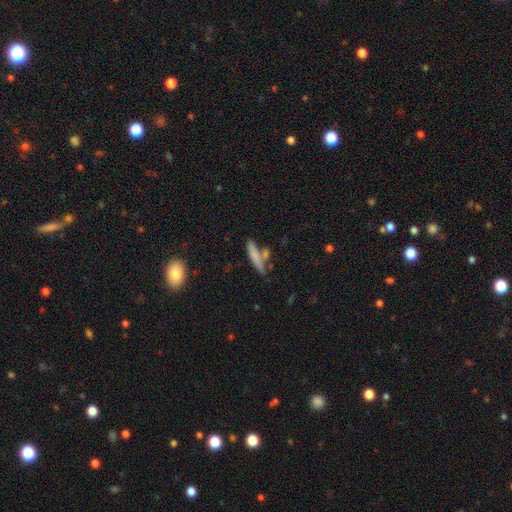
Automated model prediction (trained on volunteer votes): Smooth or featured? smooth (74%)
How rounded? cigar-shaped (81%)
Merging? none (62%)